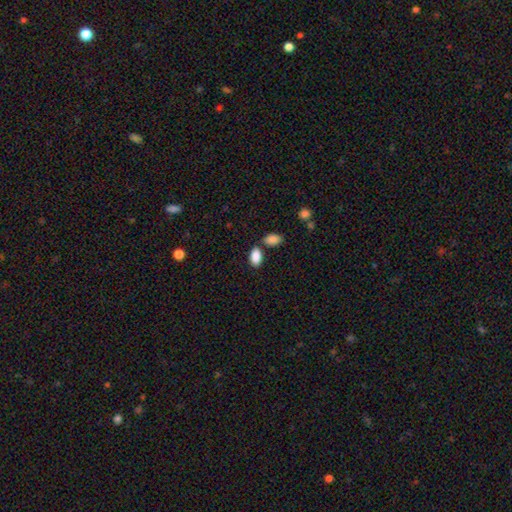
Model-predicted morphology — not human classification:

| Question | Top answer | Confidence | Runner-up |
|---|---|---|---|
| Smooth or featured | smooth | 88% | star or artifact (7%) |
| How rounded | in between | 93% | round (4%) |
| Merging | none | 67% | merger (17%) |